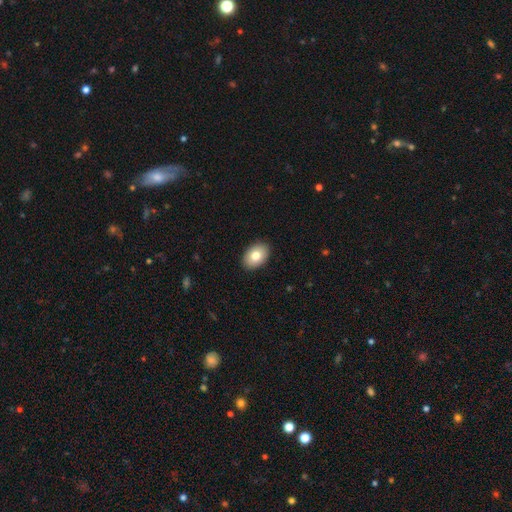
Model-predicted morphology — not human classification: smooth_or_featured: smooth (p=0.80) [alt: featured or disk p=0.13]
how_rounded: in between (p=0.83) [alt: round p=0.16]
merging: none (p=0.90) [alt: minor disturbance p=0.07]